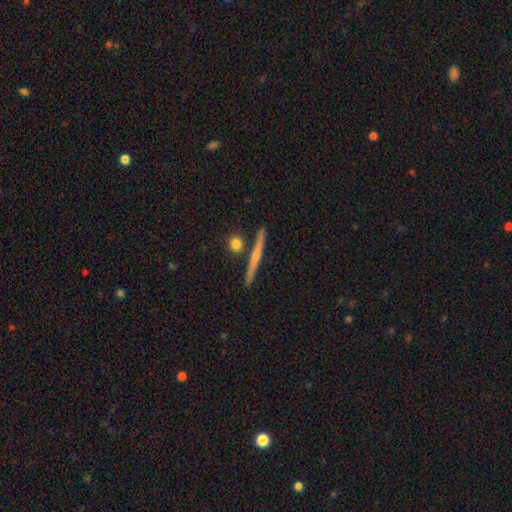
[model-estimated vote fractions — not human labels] The model was most divided on "edge-on bulge": rounded: 50%, none: 43%, boxy: 6%. More confident: edge-on disk — yes (97%); merging — none (86%); smooth or featured — featured or disk (60%).